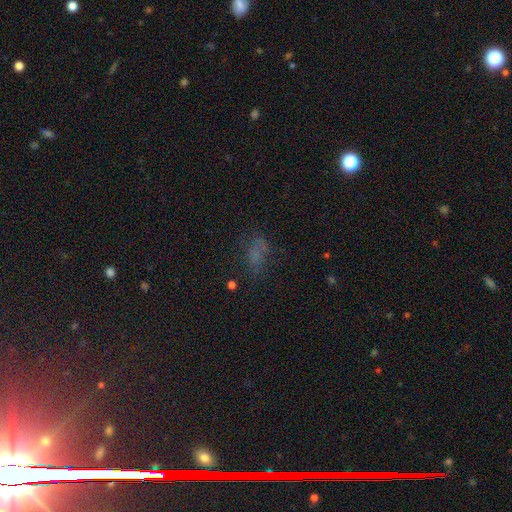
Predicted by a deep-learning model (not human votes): Smooth or featured: smooth — 57% (star or artifact — 25%)
How rounded: in between — 80% (round — 11%)
Merging: none — 51% (minor disturbance — 23%)